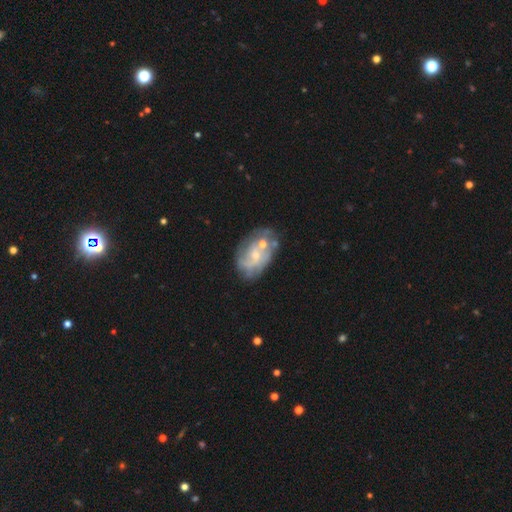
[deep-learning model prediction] Smooth or featured? Predicted: featured or disk (p=0.66). Edge-on disk? Predicted: no (p=0.97). Bar? Predicted: no (p=0.75). Spiral arms? Predicted: yes (p=0.54). Bulge size? Predicted: small (p=0.56). Merging? Predicted: none (p=0.48).